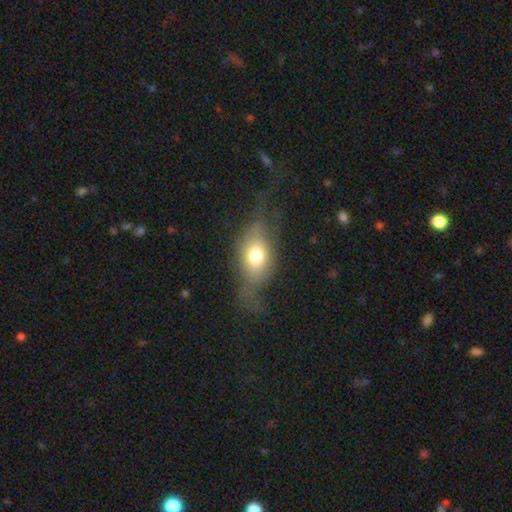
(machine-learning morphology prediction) The model was most divided on "merging": none: 45%, major disturbance: 28%, minor disturbance: 25%, merger: 2%. More confident: how rounded — in between (77%); smooth or featured — smooth (58%).